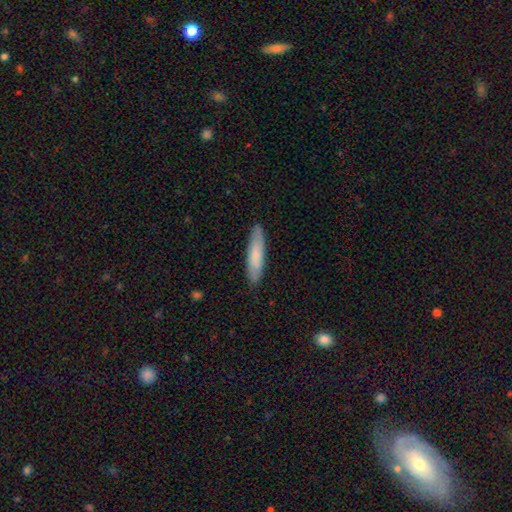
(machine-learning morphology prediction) Smooth or featured? Predicted: smooth (p=0.79). How rounded? Predicted: cigar-shaped (p=0.83). Merging? Predicted: none (p=0.88).